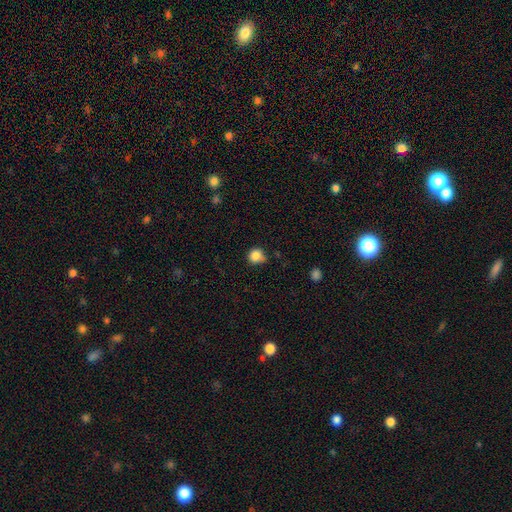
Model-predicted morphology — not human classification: Smooth or featured?
  - smooth: 85% *
  - star or artifact: 10%
  - featured or disk: 4%
How rounded?
  - round: 88% *
  - in between: 11%
  - cigar-shaped: 1%
Merging?
  - none: 67% *
  - minor disturbance: 25%
  - major disturbance: 5%
  - merger: 4%